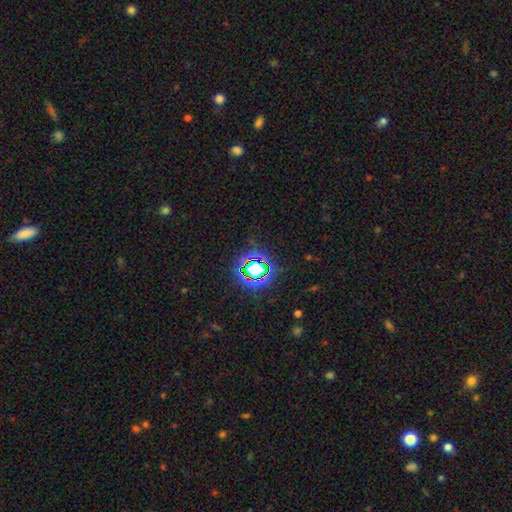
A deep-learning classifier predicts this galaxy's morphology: A star or artifact, not a galaxy (79%).